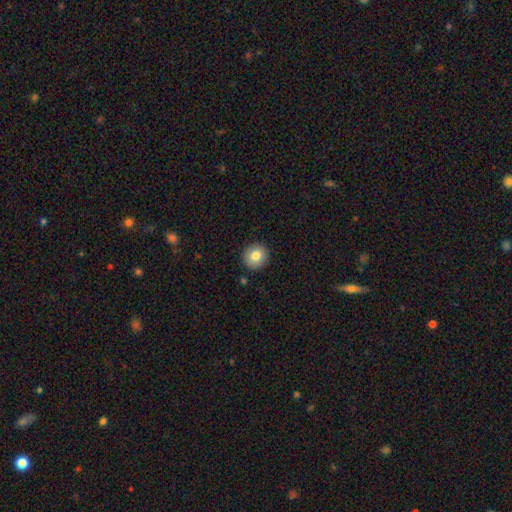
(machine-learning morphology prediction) smooth-or-featured: smooth: 82% | featured or disk: 9% | star or artifact: 9%
  how-rounded: round: 89% | in between: 10% | cigar-shaped: 1%
  merging: none: 91% | minor disturbance: 6% | major disturbance: 2% | merger: 1%